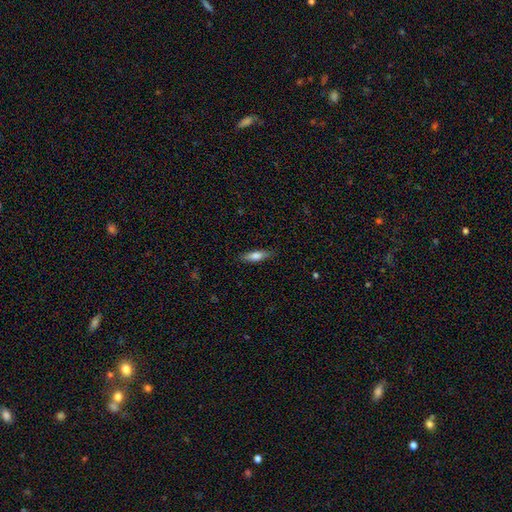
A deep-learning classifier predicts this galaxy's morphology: Smooth or featured? Predicted: smooth (p=0.73). How rounded? Predicted: cigar-shaped (p=0.61). Merging? Predicted: none (p=0.86).